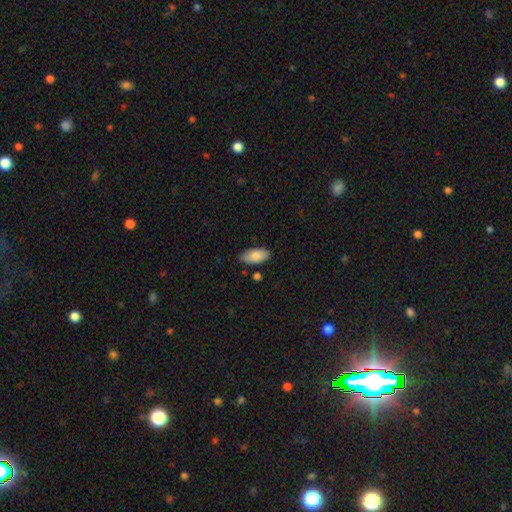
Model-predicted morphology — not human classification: Smooth or featured? smooth (86%)
How rounded? in between (93%)
Merging? none (82%)